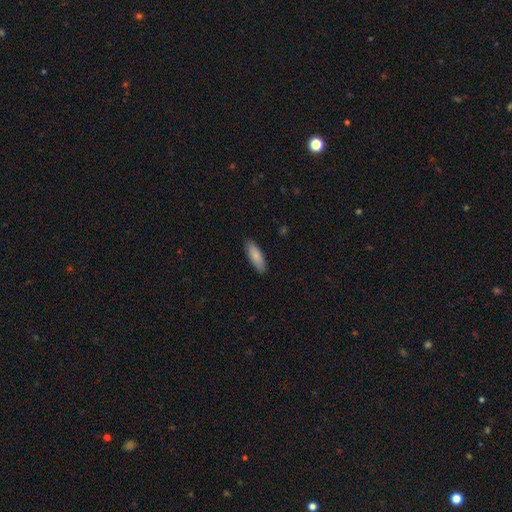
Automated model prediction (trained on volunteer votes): smooth 84%, featured or disk 11%, star or artifact 5%. Down the decision tree: how rounded — in between (64%); merging — none (87%).